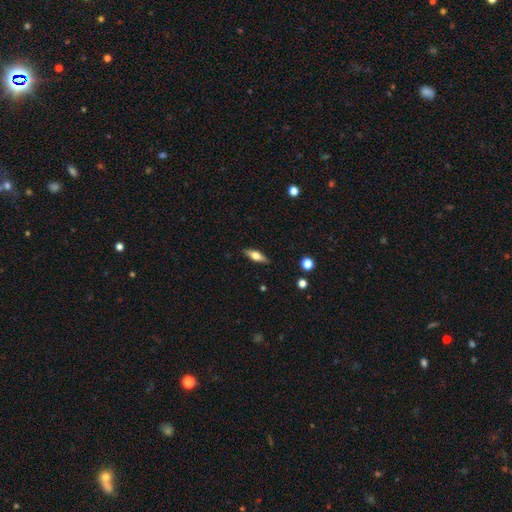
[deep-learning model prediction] smooth-or-featured: smooth: 50% | featured or disk: 43% | star or artifact: 7%
  how-rounded: in between: 52% | cigar-shaped: 45% | round: 3%
  merging: none: 87% | minor disturbance: 9% | major disturbance: 2% | merger: 1%